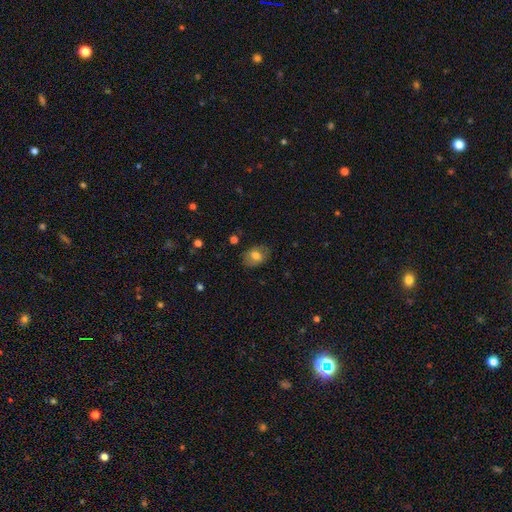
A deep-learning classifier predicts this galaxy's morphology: This is likely a smooth galaxy (70%). How rounded: likely in between (67%). Merging: likely none (77%).